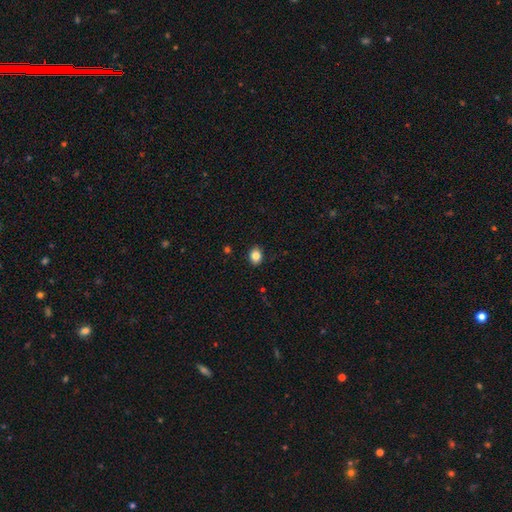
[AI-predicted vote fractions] Morphology: type=smooth (85%); roundness=in between (51%); merging=none (89%).